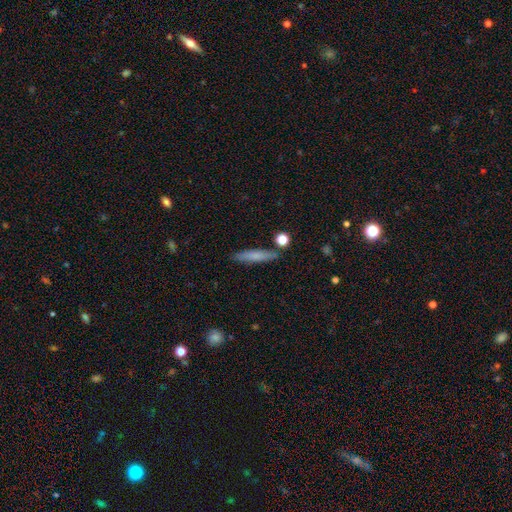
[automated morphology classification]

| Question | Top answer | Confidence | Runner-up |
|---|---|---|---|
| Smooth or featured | smooth | 71% | featured or disk (22%) |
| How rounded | cigar-shaped | 89% | in between (9%) |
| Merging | none | 85% | minor disturbance (9%) |